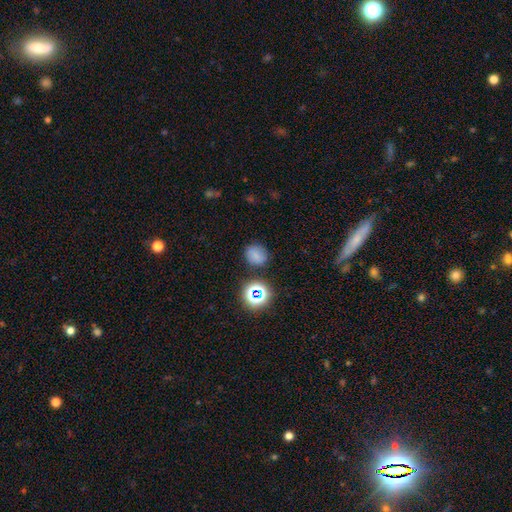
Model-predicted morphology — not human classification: A smooth galaxy with no disk features (70%) that is round (74%).

Vote fractions:
- Smooth or featured? smooth: 70% / star or artifact: 19% / featured or disk: 10%
- How rounded? round: 74% / in between: 25% / cigar-shaped: 1%
- Merging? none: 80% / minor disturbance: 12% / major disturbance: 4% / merger: 4%